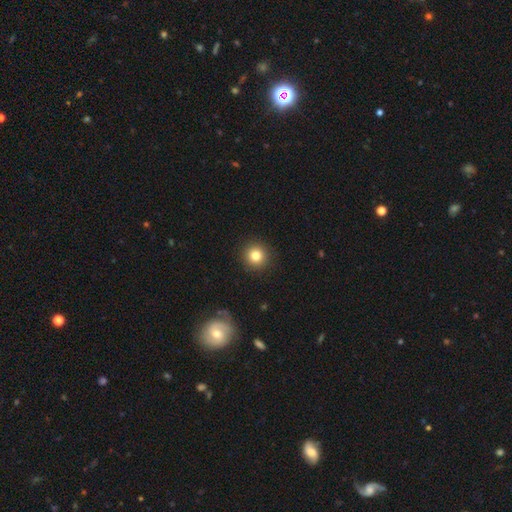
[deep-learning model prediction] Q: Smooth or featured?
A: smooth (81%); runner-up: star or artifact (12%)
Q: How rounded?
A: round (94%); runner-up: in between (5%)
Q: Merging?
A: none (92%); runner-up: minor disturbance (5%)